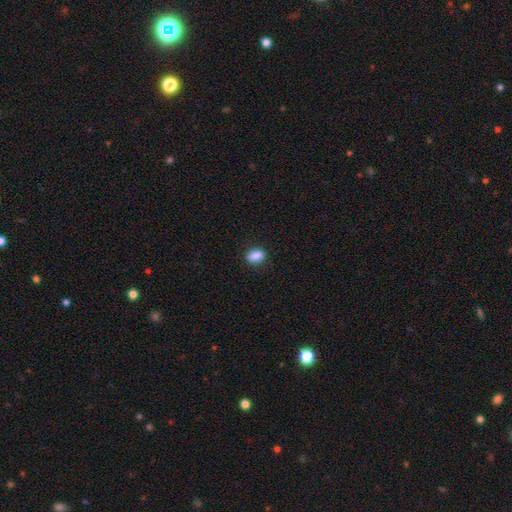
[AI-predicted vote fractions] Smooth or featured?
  - smooth: 88% *
  - star or artifact: 8%
  - featured or disk: 3%
How rounded?
  - in between: 85% *
  - round: 13%
  - cigar-shaped: 3%
Merging?
  - none: 86% *
  - minor disturbance: 10%
  - major disturbance: 2%
  - merger: 1%